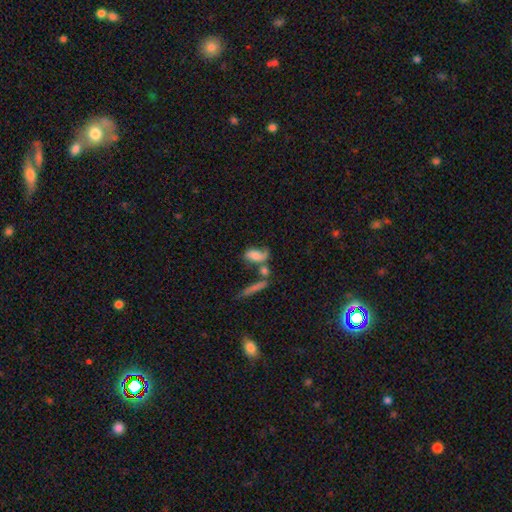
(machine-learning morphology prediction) smooth_or_featured: smooth (p=0.53) [alt: featured or disk p=0.37]
how_rounded: in between (p=0.74) [alt: cigar-shaped p=0.18]
merging: none (p=0.36) [alt: merger p=0.31]